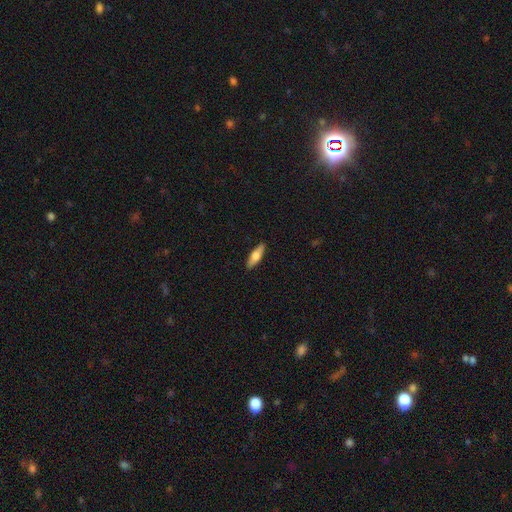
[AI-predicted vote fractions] smooth_or_featured: smooth (p=0.64) [alt: featured or disk p=0.30]
how_rounded: cigar-shaped (p=0.52) [alt: in between p=0.46]
merging: none (p=0.90) [alt: minor disturbance p=0.08]